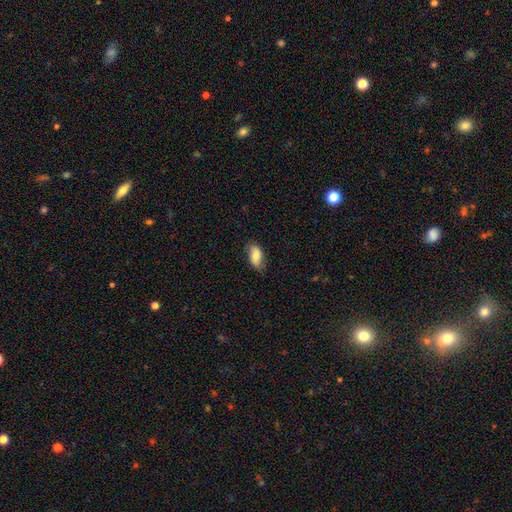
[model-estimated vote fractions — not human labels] smooth_or_featured: smooth (p=0.78) [alt: featured or disk p=0.16]
how_rounded: in between (p=0.92) [alt: cigar-shaped p=0.05]
merging: none (p=0.71) [alt: minor disturbance p=0.23]